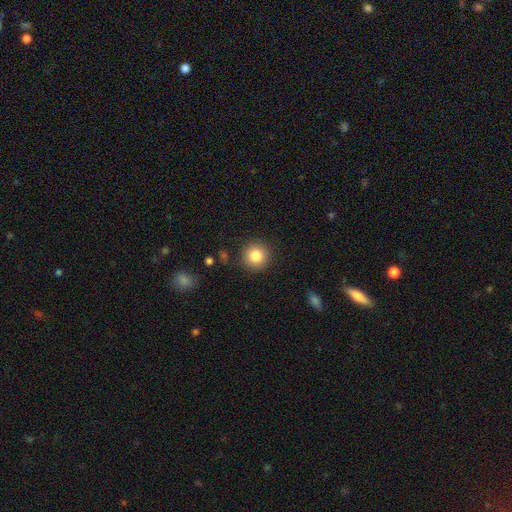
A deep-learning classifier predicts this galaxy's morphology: smooth-or-featured: smooth: 83% | star or artifact: 10% | featured or disk: 7%
  how-rounded: round: 94% | in between: 5% | cigar-shaped: 1%
  merging: none: 89% | minor disturbance: 7% | major disturbance: 2% | merger: 1%